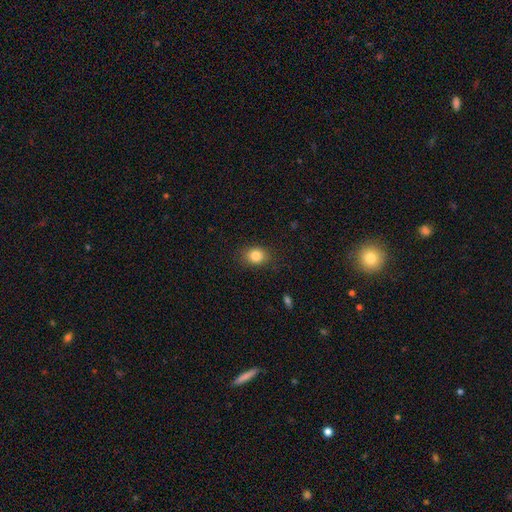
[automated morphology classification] type=smooth (83%); roundness=round (52%); merging=none (84%).